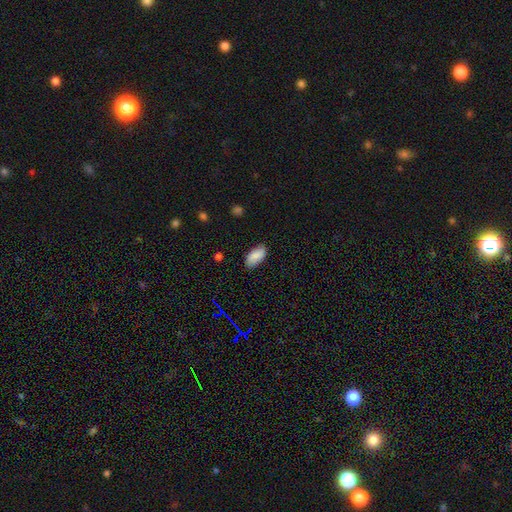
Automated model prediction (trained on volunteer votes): smooth 85%, featured or disk 8%, star or artifact 7%. Down the decision tree: how rounded — in between (93%); merging — none (82%).